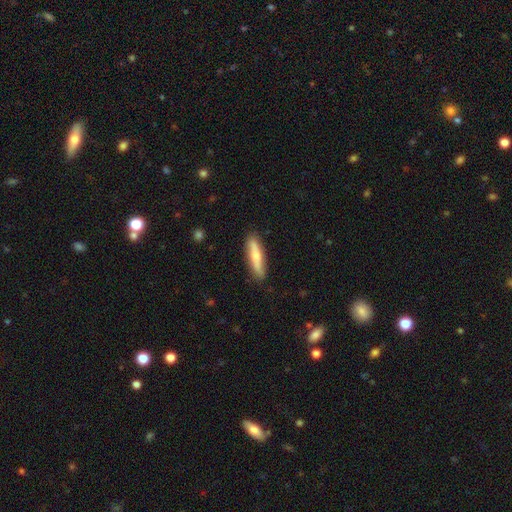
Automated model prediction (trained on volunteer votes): smooth 61%, featured or disk 34%, star or artifact 5%. Down the decision tree: how rounded — cigar-shaped (80%); merging — none (87%).